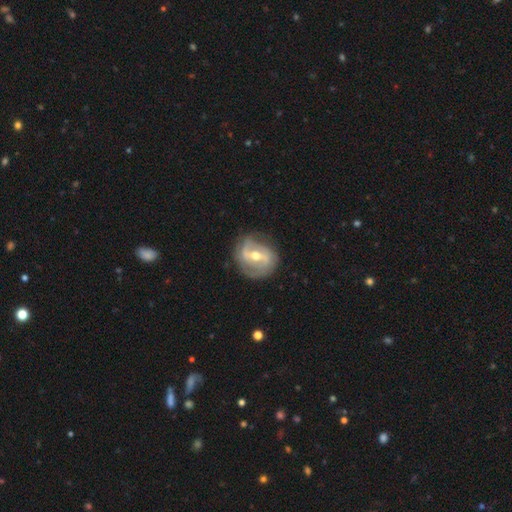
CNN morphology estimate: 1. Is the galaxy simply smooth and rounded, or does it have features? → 82% featured or disk, 13% smooth, 5% star or artifact.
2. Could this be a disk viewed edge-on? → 96% no, 4% yes.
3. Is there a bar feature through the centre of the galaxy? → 46% strong, 39% weak, 15% no.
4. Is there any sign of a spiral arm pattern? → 86% yes, 14% no.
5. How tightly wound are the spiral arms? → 41% medium, 38% tight, 20% loose.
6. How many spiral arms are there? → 74% 2, 13% can't tell, 6% 3, 4% 1, 2% 4, 2% more than 4.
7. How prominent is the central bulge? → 69% moderate, 26% small, 3% large, 1% none, 1% dominant.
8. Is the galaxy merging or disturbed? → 75% none, 17% minor disturbance, 6% major disturbance, 1% merger.